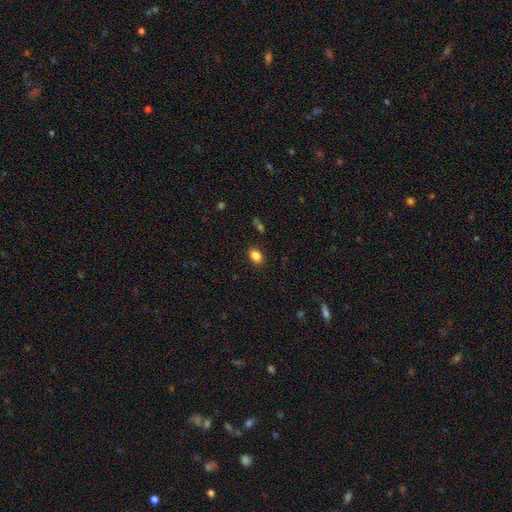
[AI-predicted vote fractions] Smooth or featured? Predicted: smooth (p=0.85). How rounded? Predicted: in between (p=0.76). Merging? Predicted: none (p=0.88).